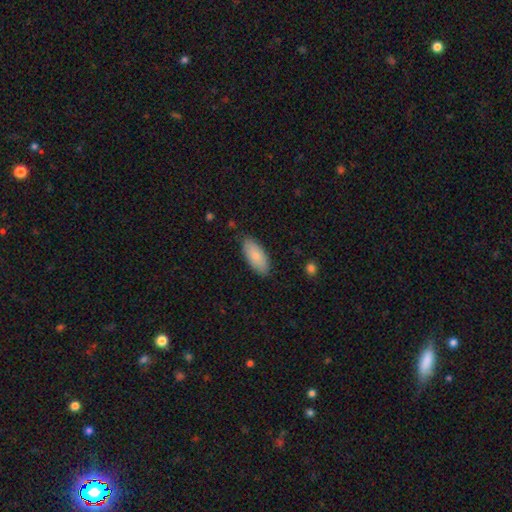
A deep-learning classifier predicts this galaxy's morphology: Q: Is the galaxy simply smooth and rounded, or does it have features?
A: smooth — 84%.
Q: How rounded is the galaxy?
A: in between — 88%.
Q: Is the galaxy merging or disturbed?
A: none — 84%.